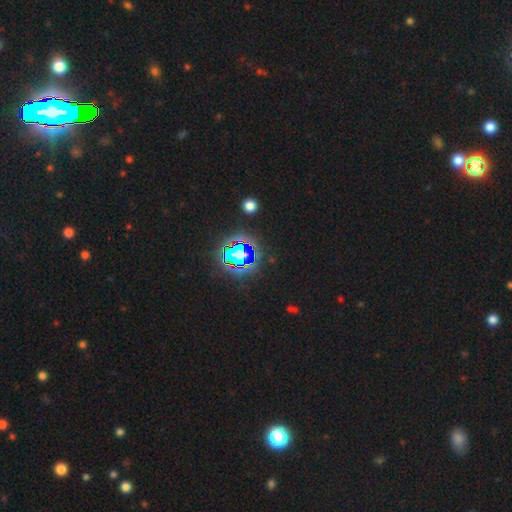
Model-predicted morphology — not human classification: A star or artifact, not a galaxy (82%).